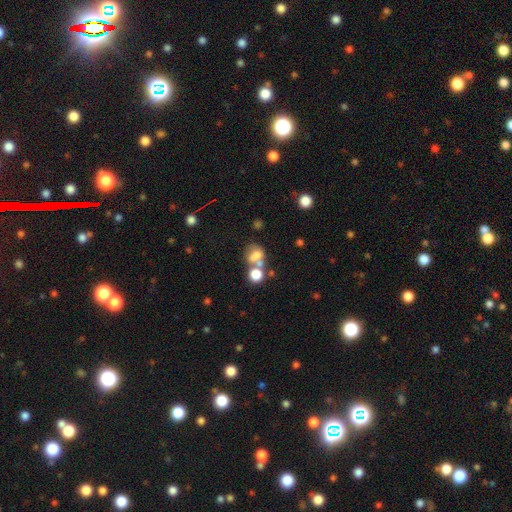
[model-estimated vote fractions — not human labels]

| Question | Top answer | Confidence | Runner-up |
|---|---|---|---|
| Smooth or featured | smooth | 63% | featured or disk (21%) |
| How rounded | in between | 51% | round (48%) |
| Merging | merger | 48% | none (29%) |